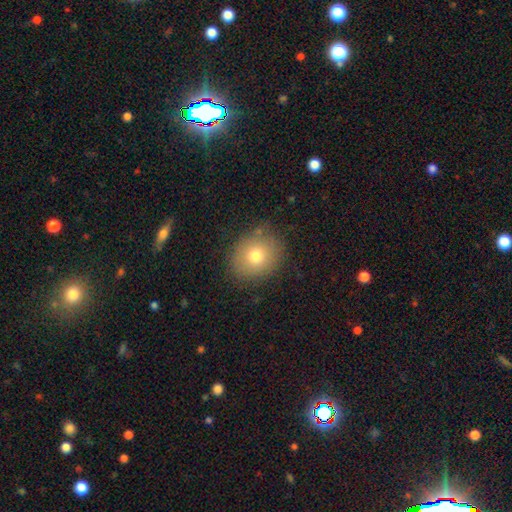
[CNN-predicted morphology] A smooth galaxy with no disk features (74%) that is round (69%). Merging: none (81%).